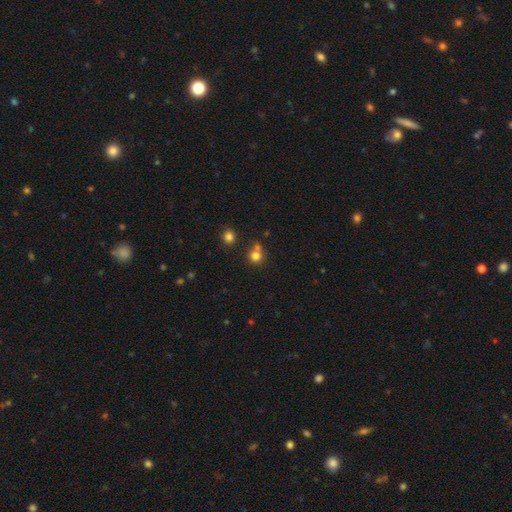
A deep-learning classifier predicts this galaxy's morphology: Smooth or featured? Predicted: smooth (p=0.77). How rounded? Predicted: round (p=0.87). Merging? Predicted: none (p=0.57).